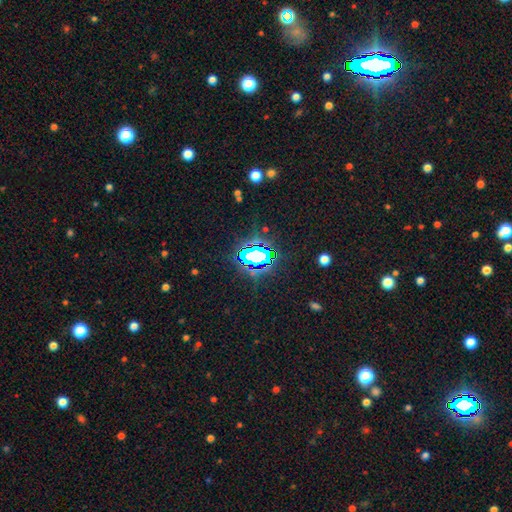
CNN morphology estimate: The model was most divided on "smooth or featured": star or artifact: 71%, smooth: 17%, featured or disk: 12%.